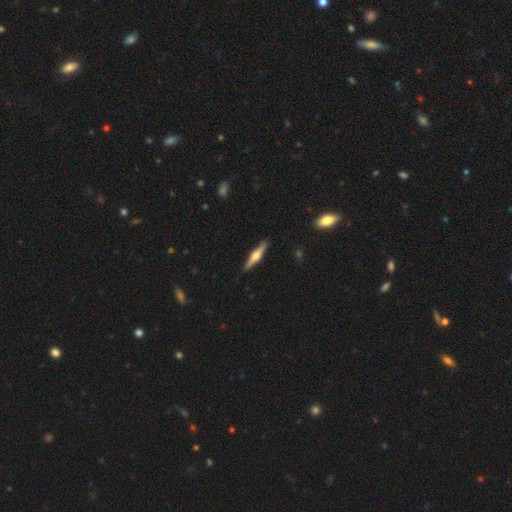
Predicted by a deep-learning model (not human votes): smooth_or_featured: featured or disk (p=0.68) [alt: smooth p=0.27]
disk_edge_on: yes (p=0.97) [alt: no p=0.03]
edge_on_bulge: rounded (p=0.85) [alt: boxy p=0.12]
merging: none (p=0.89) [alt: minor disturbance p=0.08]